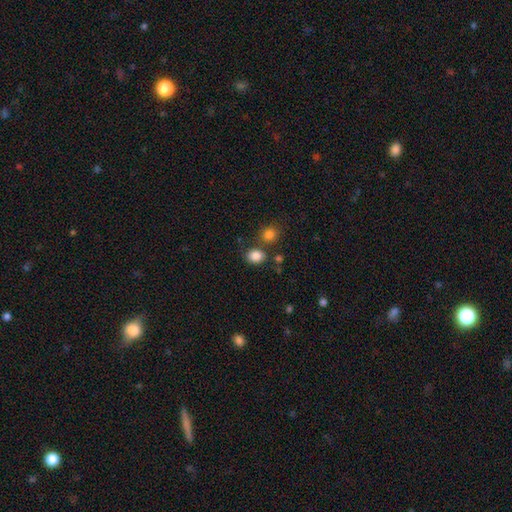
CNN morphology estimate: A smooth galaxy with no disk features (85%) that is in between round and cigar-shaped (53%).

Vote fractions:
- Smooth or featured? smooth: 85% / star or artifact: 10% / featured or disk: 5%
- How rounded? in between: 53% / round: 46% / cigar-shaped: 1%
- Merging? none: 71% / merger: 13% / minor disturbance: 12% / major disturbance: 4%